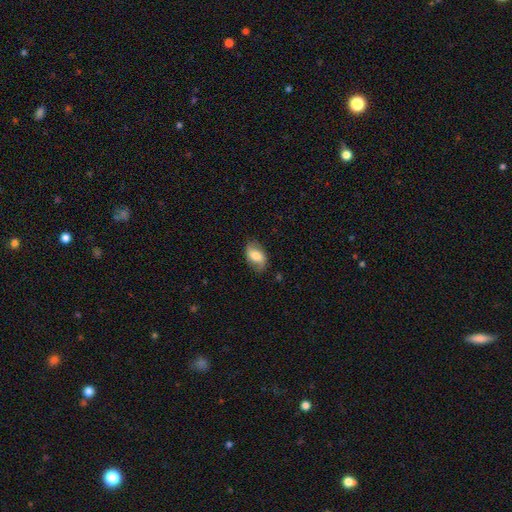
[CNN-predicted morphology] Smooth or featured?
  - smooth: 58% *
  - featured or disk: 34%
  - star or artifact: 8%
How rounded?
  - in between: 90% *
  - round: 8%
  - cigar-shaped: 2%
Merging?
  - none: 77% *
  - minor disturbance: 17%
  - major disturbance: 5%
  - merger: 1%